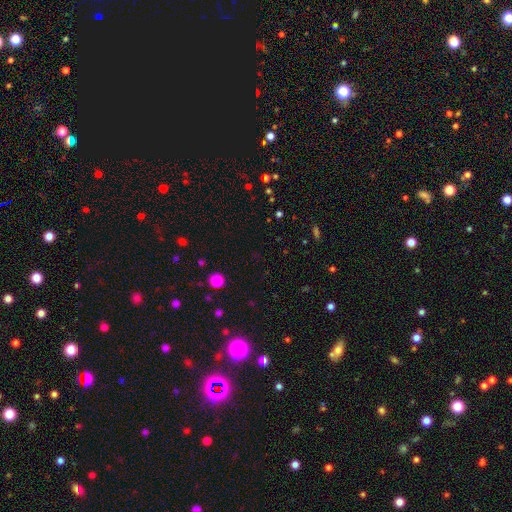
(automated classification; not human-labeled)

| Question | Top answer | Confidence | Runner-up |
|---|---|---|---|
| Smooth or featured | star or artifact | 53% | smooth (40%) |